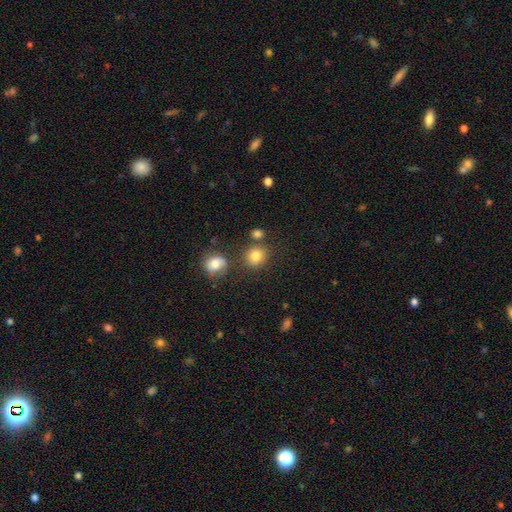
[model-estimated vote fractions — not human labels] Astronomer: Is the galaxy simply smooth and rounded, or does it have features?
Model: smooth — 81%.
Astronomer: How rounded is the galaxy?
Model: round — 81%.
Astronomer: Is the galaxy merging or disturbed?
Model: none — 75%.